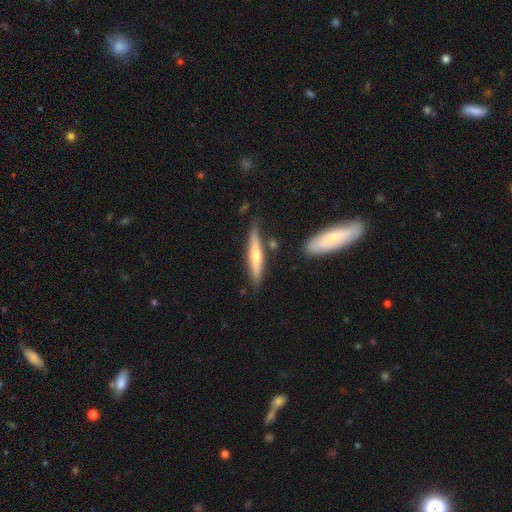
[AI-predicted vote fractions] This appears to be a featured or disk galaxy (57%) viewed edge-on (94%) with a rounded central bulge (79%). Merging: none (79%).